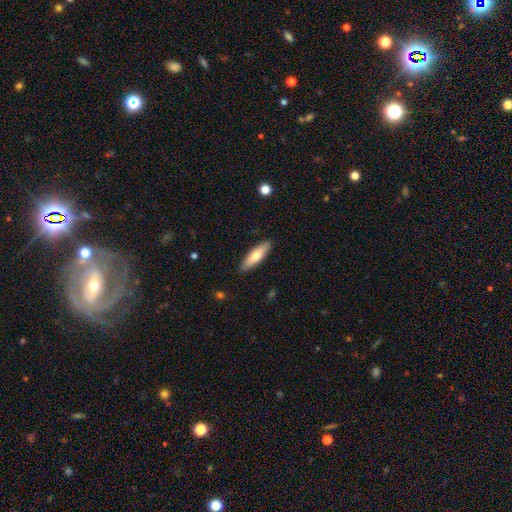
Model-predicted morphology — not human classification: smooth 70%, featured or disk 24%, star or artifact 5%. Down the decision tree: how rounded — cigar-shaped (55%); merging — none (89%).